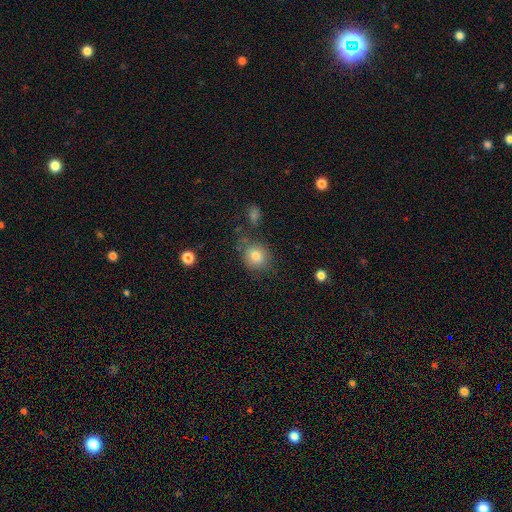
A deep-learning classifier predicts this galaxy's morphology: Smooth or featured? Predicted: smooth (p=0.80). How rounded? Predicted: round (p=0.81). Merging? Predicted: none (p=0.73).